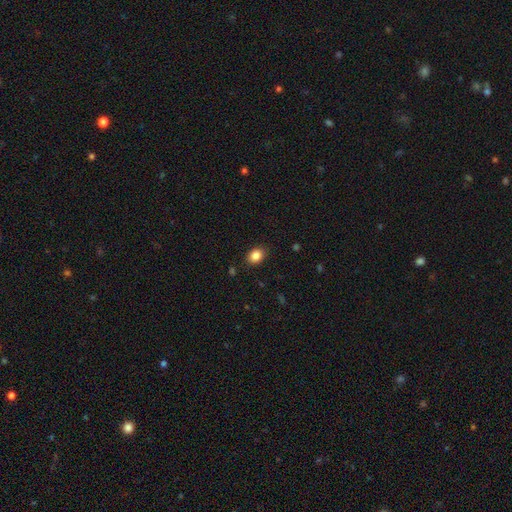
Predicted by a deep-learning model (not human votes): This is clearly a smooth galaxy (86%). How rounded: likely in between (63%). Merging: clearly none (88%).